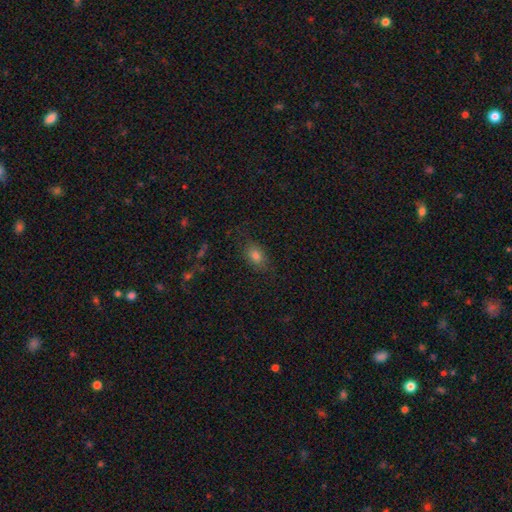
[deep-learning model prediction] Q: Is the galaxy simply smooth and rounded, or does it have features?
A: smooth — 77%.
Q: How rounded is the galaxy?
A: in between — 79%.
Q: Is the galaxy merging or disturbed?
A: none — 76%.